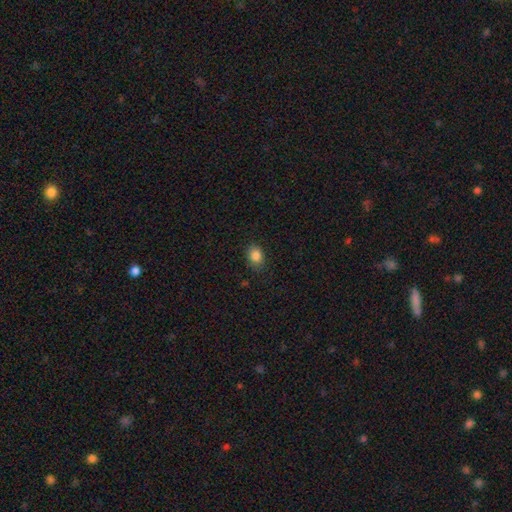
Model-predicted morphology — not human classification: type=smooth (85%); roundness=in between (68%); merging=none (82%).